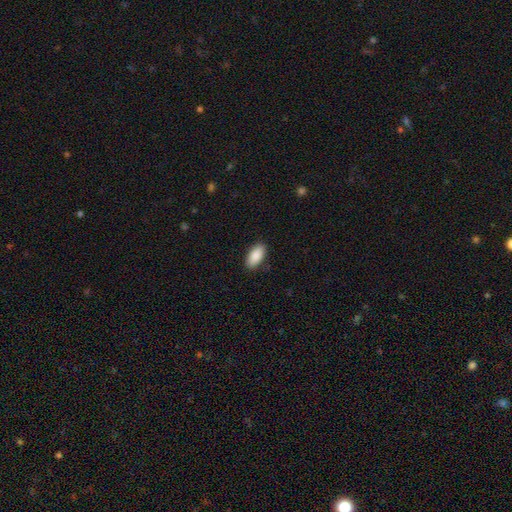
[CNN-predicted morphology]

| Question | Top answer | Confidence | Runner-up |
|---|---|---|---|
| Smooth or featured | smooth | 90% | star or artifact (6%) |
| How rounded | in between | 92% | cigar-shaped (6%) |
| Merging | none | 88% | minor disturbance (9%) |